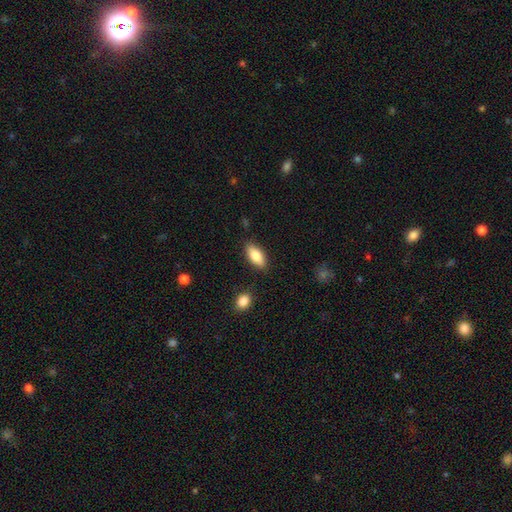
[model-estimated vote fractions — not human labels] Overall: smooth (80%). How rounded: in between (85%). Merging: none (85%).